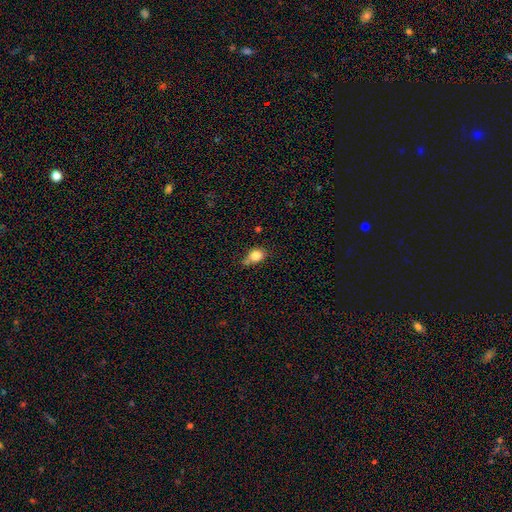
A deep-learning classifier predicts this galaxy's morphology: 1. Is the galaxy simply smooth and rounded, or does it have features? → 83% smooth, 10% star or artifact, 7% featured or disk.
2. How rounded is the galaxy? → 51% round, 47% in between, 2% cigar-shaped.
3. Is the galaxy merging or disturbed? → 52% none, 29% minor disturbance, 12% merger, 7% major disturbance.